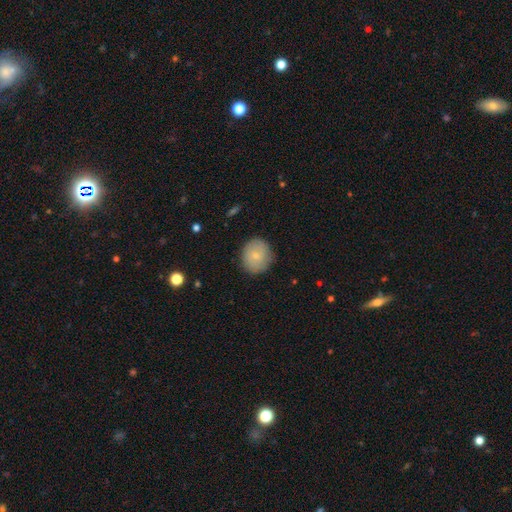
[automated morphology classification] Smooth or featured: smooth — 76% (featured or disk — 16%)
How rounded: round — 82% (in between — 17%)
Merging: none — 85% (minor disturbance — 11%)